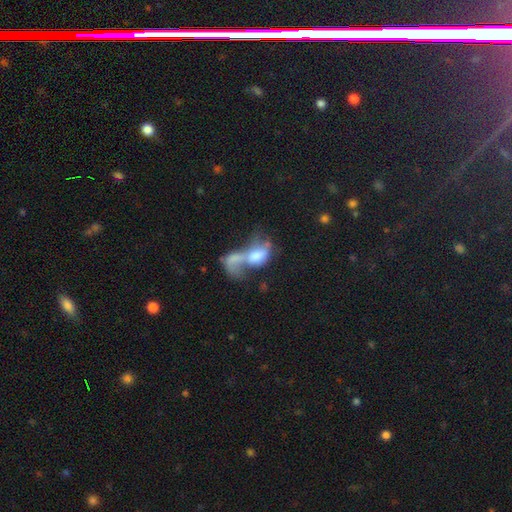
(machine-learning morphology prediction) This appears to be a smooth galaxy with no disk features (49%). Merging: merger (65%).